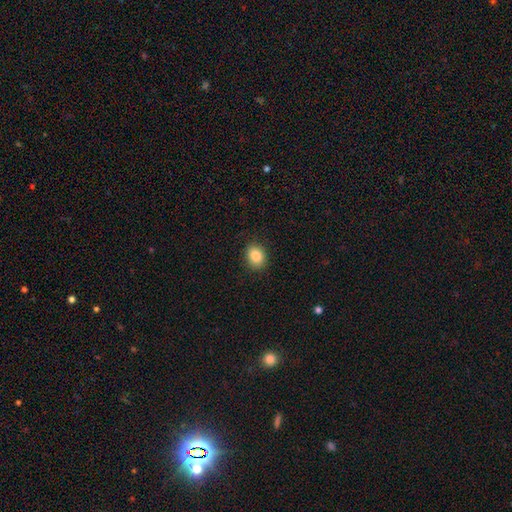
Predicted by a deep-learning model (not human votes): This is clearly a smooth galaxy (85%). How rounded: possibly in between (52%). Merging: clearly none (89%).